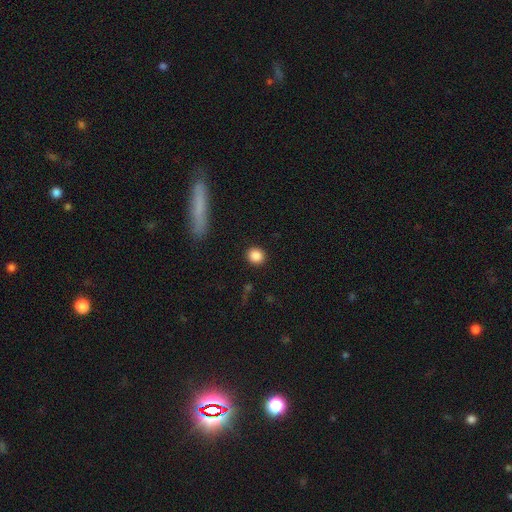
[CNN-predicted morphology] smooth-or-featured: smooth: 87% | star or artifact: 9% | featured or disk: 4%
  how-rounded: round: 85% | in between: 13% | cigar-shaped: 1%
  merging: none: 91% | minor disturbance: 6% | major disturbance: 2% | merger: 1%